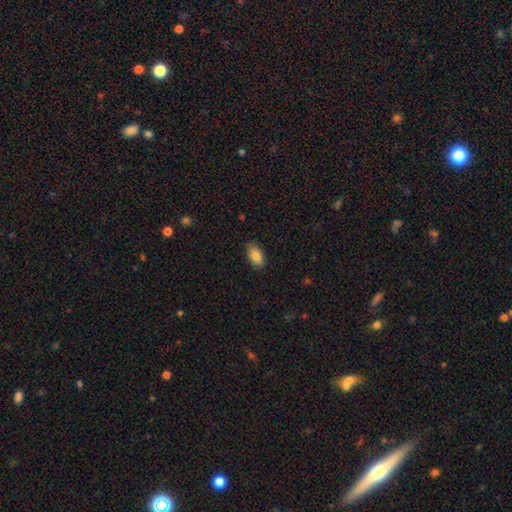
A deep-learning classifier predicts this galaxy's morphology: A smooth galaxy with no disk features (85%) that is in between round and cigar-shaped (93%).

Vote fractions:
- Smooth or featured? smooth: 85% / featured or disk: 8% / star or artifact: 7%
- How rounded? in between: 93% / round: 4% / cigar-shaped: 3%
- Merging? none: 85% / minor disturbance: 12% / major disturbance: 2% / merger: 1%